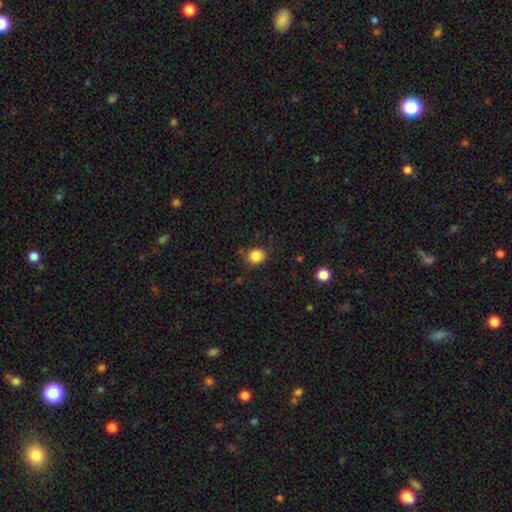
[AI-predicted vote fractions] Overall: smooth (86%). How rounded: round (69%; in between 30%). Merging: none (75%).